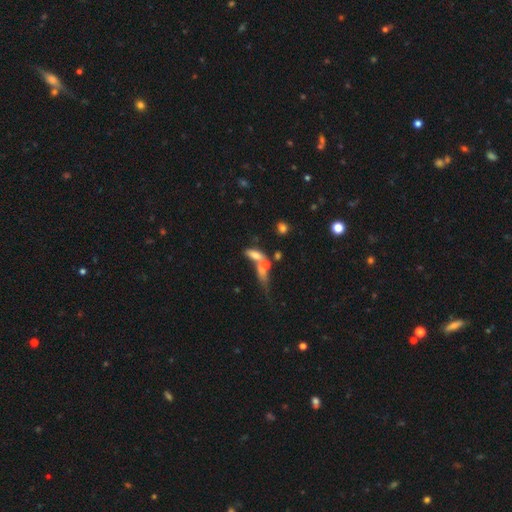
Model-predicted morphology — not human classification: Smooth or featured: smooth — 63% (featured or disk — 26%)
How rounded: in between — 61% (cigar-shaped — 31%)
Merging: merger — 51% (none — 24%)